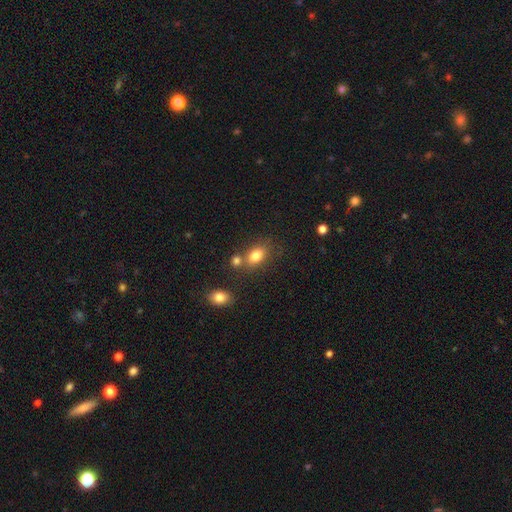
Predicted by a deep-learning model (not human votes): Smooth or featured?
  - smooth: 81% *
  - star or artifact: 10%
  - featured or disk: 9%
How rounded?
  - in between: 78% *
  - round: 20%
  - cigar-shaped: 2%
Merging?
  - none: 55% *
  - merger: 27%
  - minor disturbance: 13%
  - major disturbance: 5%